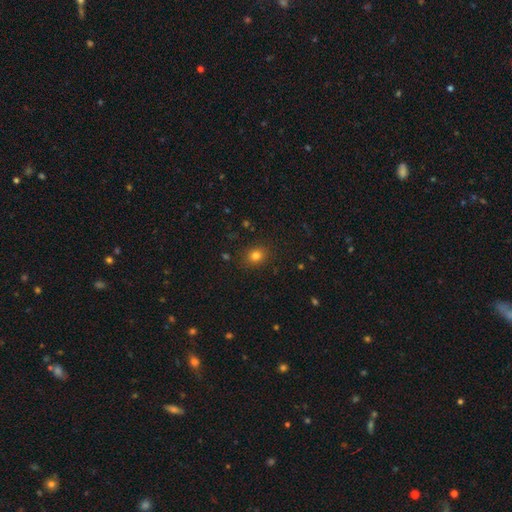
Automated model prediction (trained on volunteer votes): smooth-or-featured: smooth: 80% | star or artifact: 14% | featured or disk: 6%
  how-rounded: round: 68% | in between: 31% | cigar-shaped: 1%
  merging: none: 87% | minor disturbance: 9% | major disturbance: 3% | merger: 1%